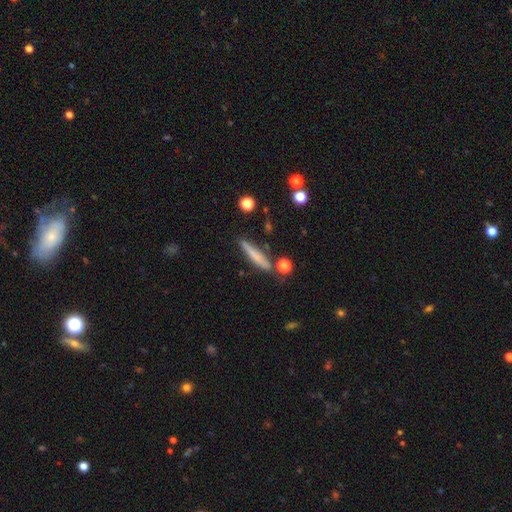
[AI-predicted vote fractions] smooth-or-featured: smooth: 66% | featured or disk: 26% | star or artifact: 8%
  how-rounded: cigar-shaped: 91% | in between: 7% | round: 2%
  merging: none: 79% | minor disturbance: 13% | merger: 6% | major disturbance: 3%